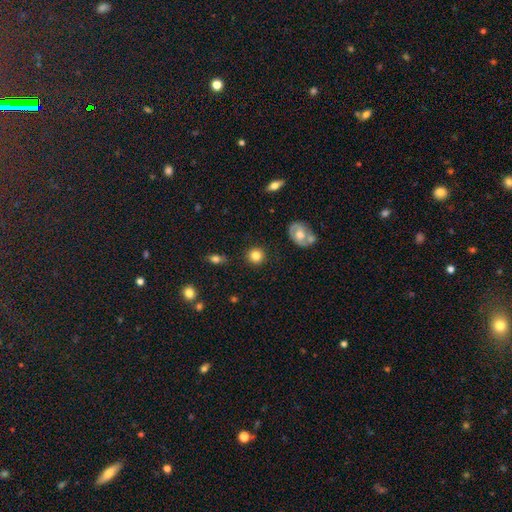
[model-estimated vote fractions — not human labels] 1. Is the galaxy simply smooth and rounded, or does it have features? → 83% smooth, 9% star or artifact, 8% featured or disk.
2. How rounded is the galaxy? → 91% round, 8% in between, 1% cigar-shaped.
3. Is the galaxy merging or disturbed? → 88% none, 7% minor disturbance, 3% merger, 2% major disturbance.